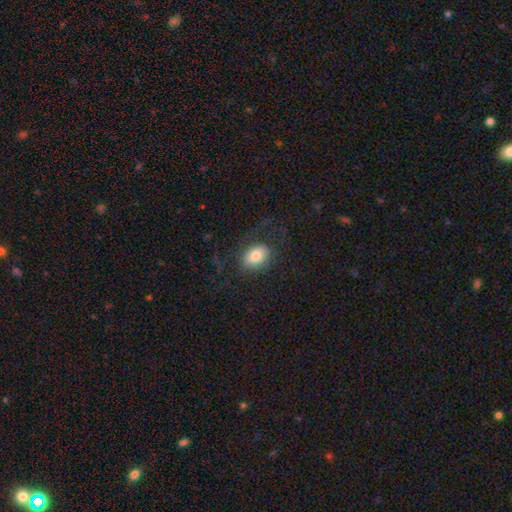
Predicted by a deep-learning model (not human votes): Overall: smooth (73%). How rounded: in between (79%). Merging: none (66%).